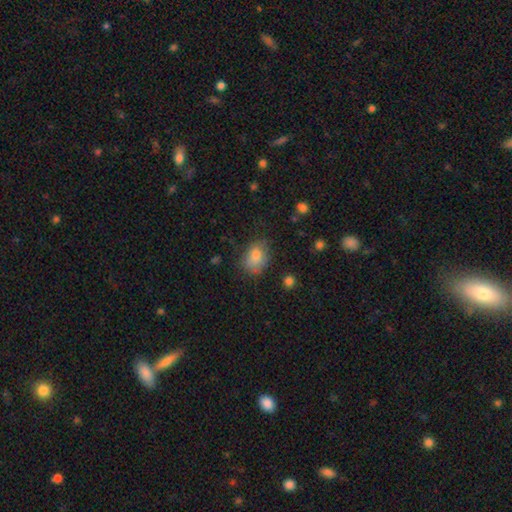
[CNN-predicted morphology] Smooth or featured?
  - smooth: 81% *
  - star or artifact: 10%
  - featured or disk: 9%
How rounded?
  - in between: 71% *
  - round: 28%
  - cigar-shaped: 1%
Merging?
  - none: 67% *
  - minor disturbance: 24%
  - major disturbance: 7%
  - merger: 2%